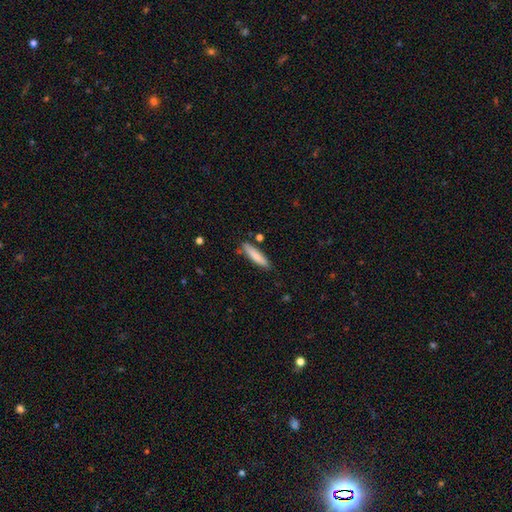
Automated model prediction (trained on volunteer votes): Q: Smooth or featured?
A: smooth (81%); runner-up: featured or disk (13%)
Q: How rounded?
A: cigar-shaped (81%); runner-up: in between (17%)
Q: Merging?
A: none (82%); runner-up: minor disturbance (12%)